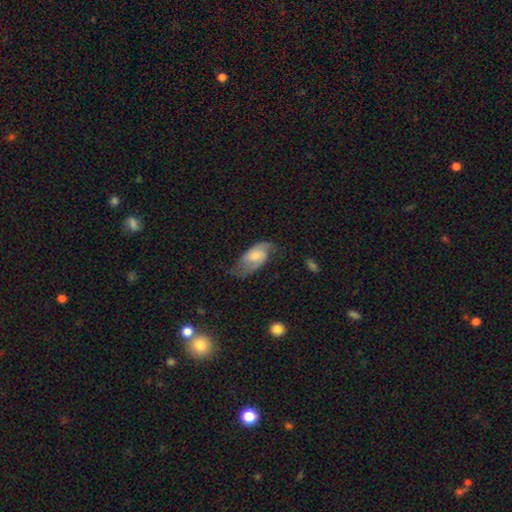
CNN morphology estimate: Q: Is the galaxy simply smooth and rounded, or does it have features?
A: featured or disk — 59%.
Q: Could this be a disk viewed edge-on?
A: no — 94%.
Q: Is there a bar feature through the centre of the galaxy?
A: no — 59%.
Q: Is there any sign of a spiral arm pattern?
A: yes — 88%.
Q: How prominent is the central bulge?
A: moderate — 42%.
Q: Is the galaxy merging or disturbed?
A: none — 49%.